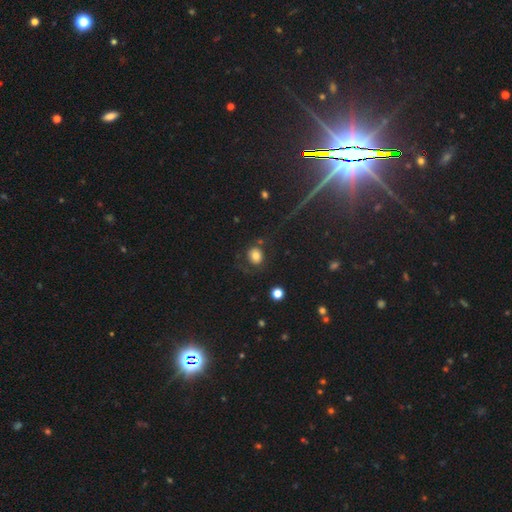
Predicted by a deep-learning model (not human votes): This appears to be a smooth galaxy with no disk features (75%) that is round (65%). Merging: none (70%).